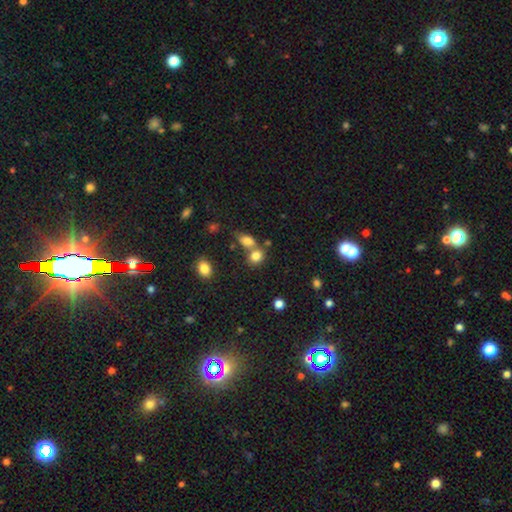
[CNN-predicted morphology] This is clearly a smooth galaxy (81%). How rounded: possibly round (57%). Merging: possibly none (49%).